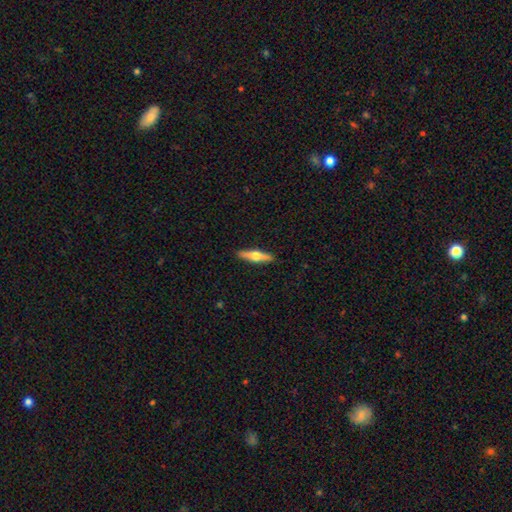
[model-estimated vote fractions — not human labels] Morphology: type=featured or disk (52%); edge-on=yes (94%); merging=none (91%).